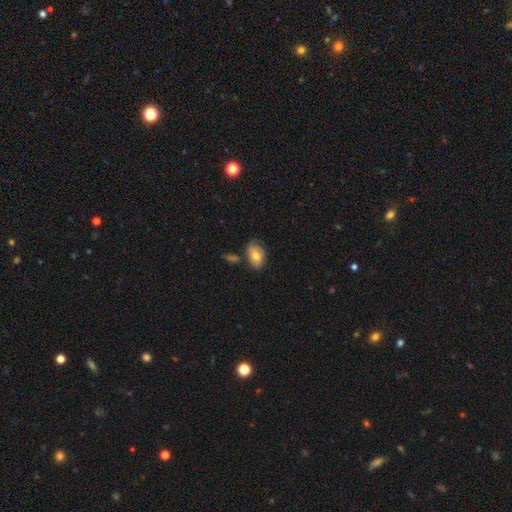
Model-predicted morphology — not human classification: A smooth galaxy with no disk features (70%) that is in between round and cigar-shaped (88%). Merging: none (65%).